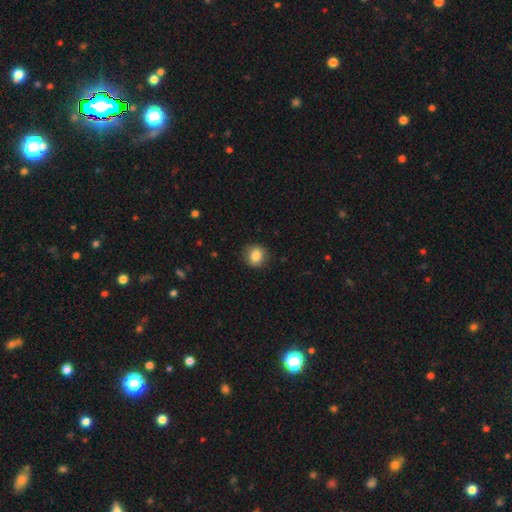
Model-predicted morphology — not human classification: Overall: smooth (84%). How rounded: round (84%). Merging: none (87%).